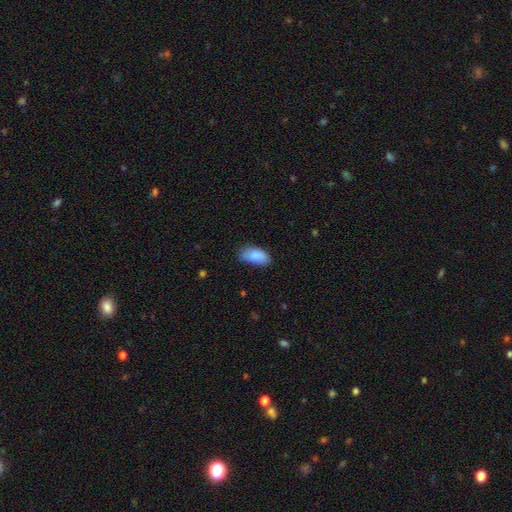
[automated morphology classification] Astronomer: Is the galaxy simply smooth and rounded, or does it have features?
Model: smooth — 86%.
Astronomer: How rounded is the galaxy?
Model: in between — 93%.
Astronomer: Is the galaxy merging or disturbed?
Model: none — 65%.